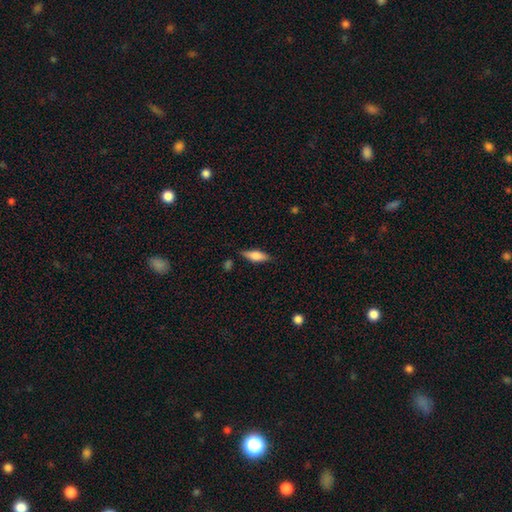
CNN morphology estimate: A smooth galaxy with no disk features (58%) that is in between round and cigar-shaped (57%).

Vote fractions:
- Smooth or featured? smooth: 58% / featured or disk: 35% / star or artifact: 7%
- How rounded? in between: 57% / cigar-shaped: 39% / round: 3%
- Merging? none: 82% / minor disturbance: 13% / major disturbance: 3% / merger: 2%